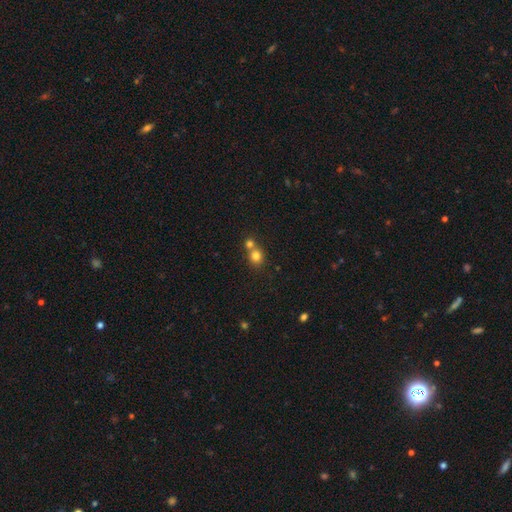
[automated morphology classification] type=smooth (79%); roundness=round (82%); merging=merger (46%).